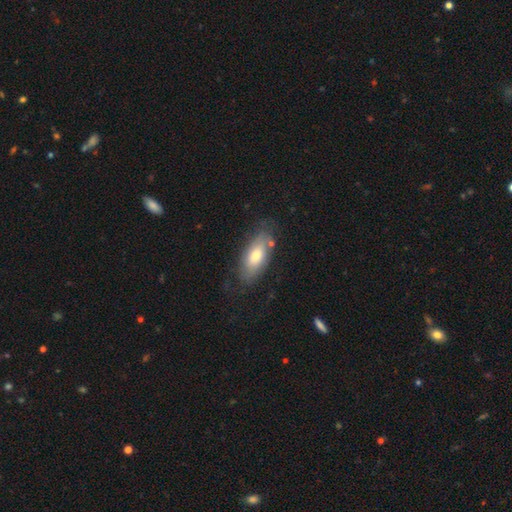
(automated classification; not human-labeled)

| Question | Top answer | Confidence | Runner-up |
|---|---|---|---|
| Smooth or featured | smooth | 66% | featured or disk (26%) |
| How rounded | in between | 84% | cigar-shaped (13%) |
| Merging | none | 73% | minor disturbance (18%) |